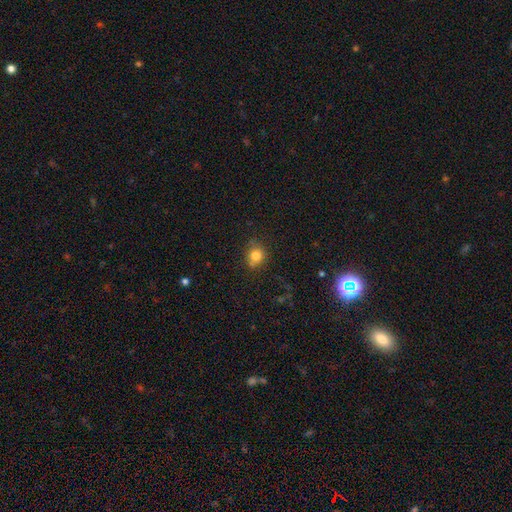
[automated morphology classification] smooth_or_featured: smooth (p=0.80) [alt: star or artifact p=0.12]
how_rounded: round (p=0.78) [alt: in between p=0.21]
merging: none (p=0.72) [alt: minor disturbance p=0.18]